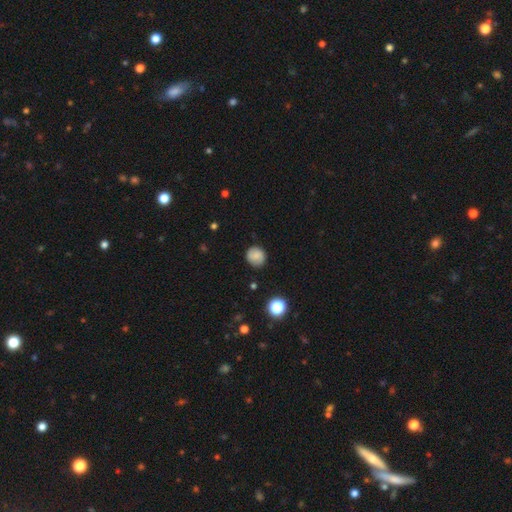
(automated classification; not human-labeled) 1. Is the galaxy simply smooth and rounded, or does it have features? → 79% smooth, 11% featured or disk, 10% star or artifact.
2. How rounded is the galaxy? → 88% round, 11% in between, 1% cigar-shaped.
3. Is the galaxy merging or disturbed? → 84% none, 12% minor disturbance, 3% major disturbance, 1% merger.